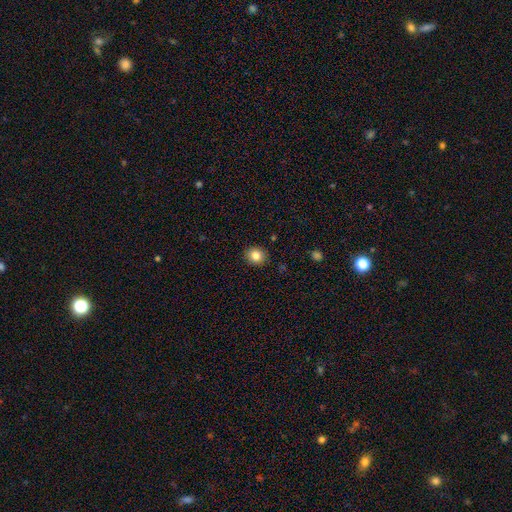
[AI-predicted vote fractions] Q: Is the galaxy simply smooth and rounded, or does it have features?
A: smooth — 84%.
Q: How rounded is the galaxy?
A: round — 80%.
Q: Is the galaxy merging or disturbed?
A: none — 91%.